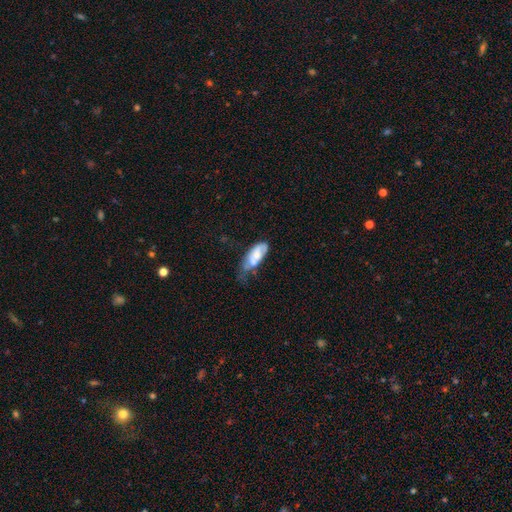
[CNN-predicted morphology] A smooth galaxy with no disk features (56%) that is in between round and cigar-shaped (81%). Merging: minor disturbance (33%).